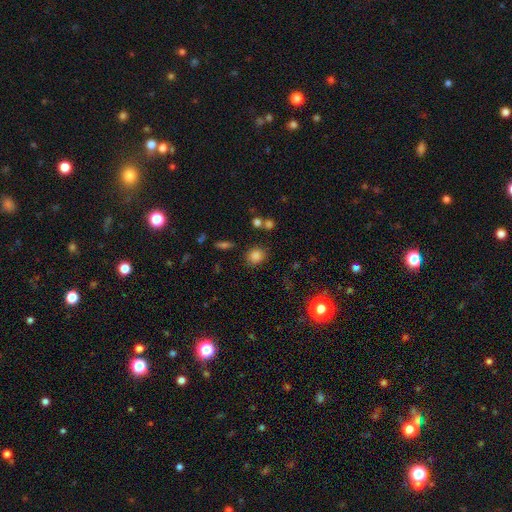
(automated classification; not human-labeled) Smooth or featured? smooth (82%)
How rounded? round (70%)
Merging? none (82%)